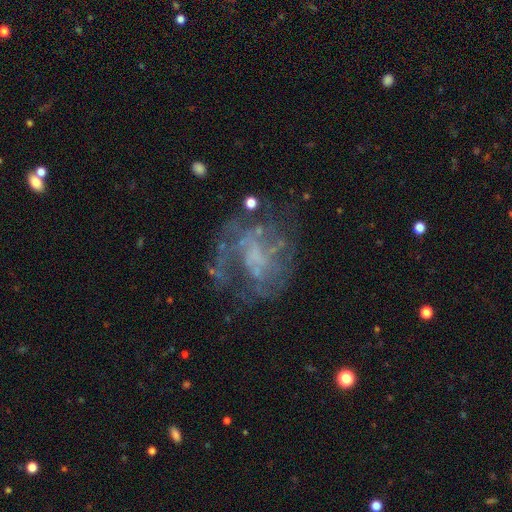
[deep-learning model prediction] Smooth or featured: featured or disk — 73% (smooth — 14%)
Edge-on disk: no — 98% (yes — 2%)
Bar: no — 71% (weak — 23%)
Spiral arms: yes — 56% (no — 44%)
Bulge size: none — 65% (small — 18%)
Merging: none — 53% (major disturbance — 26%)